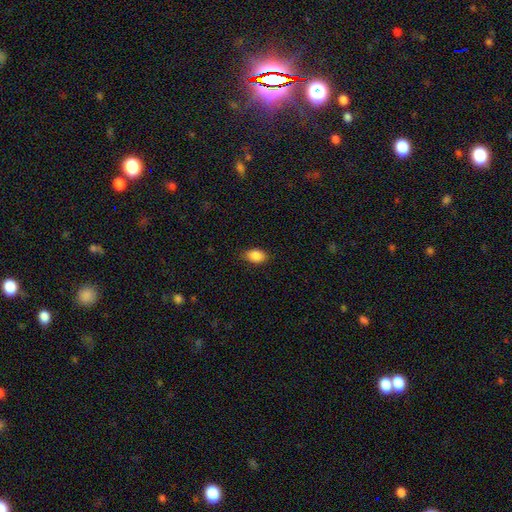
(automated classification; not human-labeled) Smooth or featured? Predicted: smooth (p=0.88). How rounded? Predicted: in between (p=0.87). Merging? Predicted: none (p=0.85).